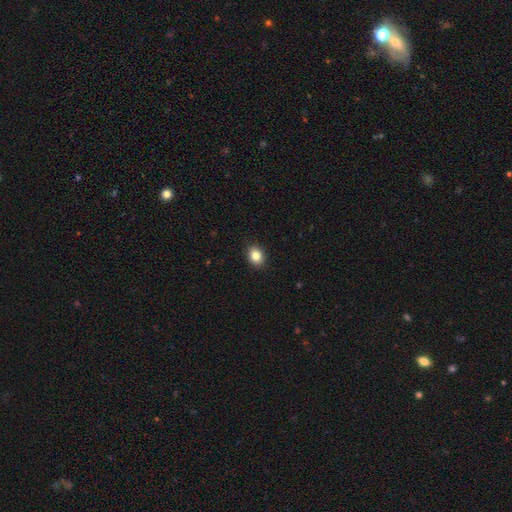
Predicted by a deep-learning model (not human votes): Morphology: type=smooth (85%); roundness=in between (50%); merging=none (91%).